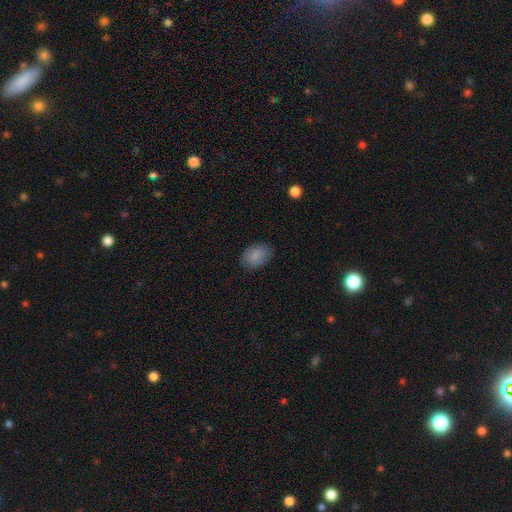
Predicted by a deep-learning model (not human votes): A smooth galaxy with no disk features (86%) that is in between round and cigar-shaped (80%).

Vote fractions:
- Smooth or featured? smooth: 86% / star or artifact: 7% / featured or disk: 6%
- How rounded? in between: 80% / round: 19% / cigar-shaped: 1%
- Merging? none: 81% / minor disturbance: 15% / major disturbance: 3% / merger: 1%